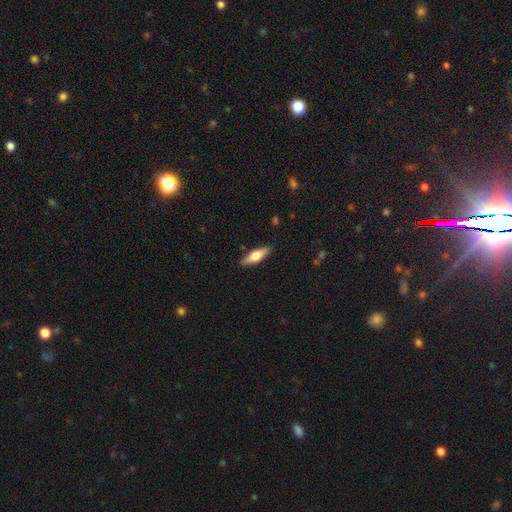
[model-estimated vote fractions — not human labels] Smooth or featured? Predicted: smooth (p=0.47, tied with featured or disk). Merging? Predicted: none (p=0.89).